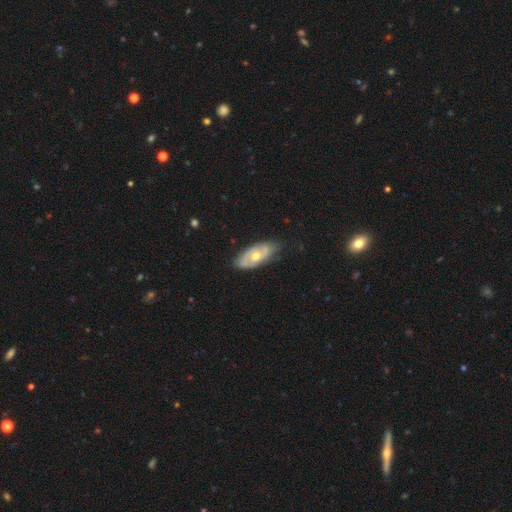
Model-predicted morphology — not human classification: This is likely a featured or disk galaxy (62%). It is clearly not viewed edge-on (86%). Bar: likely no (77%). Spiral arm pattern: possibly yes (52%). Central bulge: likely moderate (76%). Merging: likely none (76%).